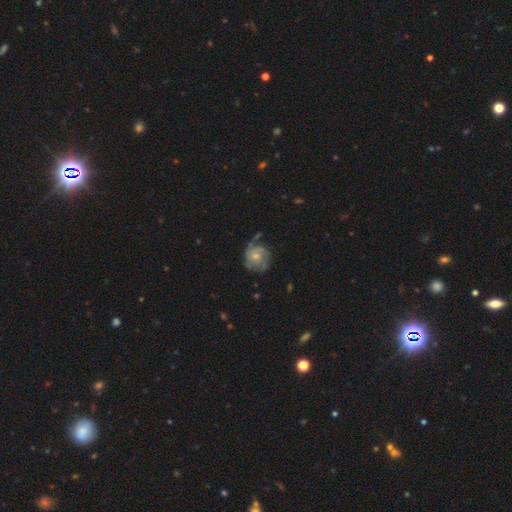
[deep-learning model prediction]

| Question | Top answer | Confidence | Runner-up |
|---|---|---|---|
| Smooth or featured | featured or disk | 77% | smooth (17%) |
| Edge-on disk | no | 98% | yes (2%) |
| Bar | no | 73% | weak (24%) |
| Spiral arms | yes | 92% | no (8%) |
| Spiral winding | tight | 58% | medium (31%) |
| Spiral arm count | can't tell | 29% | 2 (27%) |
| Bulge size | small | 49% | moderate (45%) |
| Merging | none | 61% | minor disturbance (23%) |